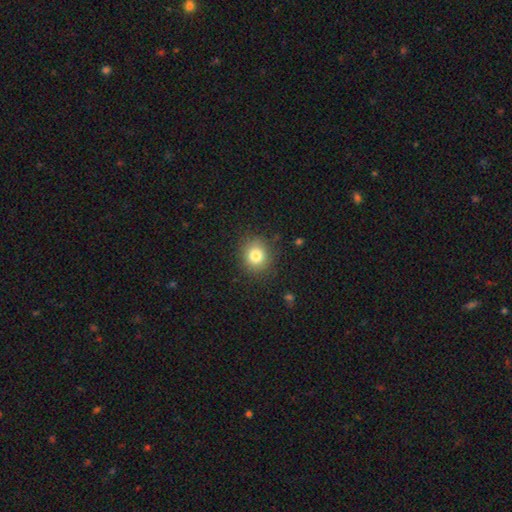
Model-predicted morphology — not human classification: smooth 81%, star or artifact 11%, featured or disk 7%. Down the decision tree: how rounded — round (81%); merging — none (86%).